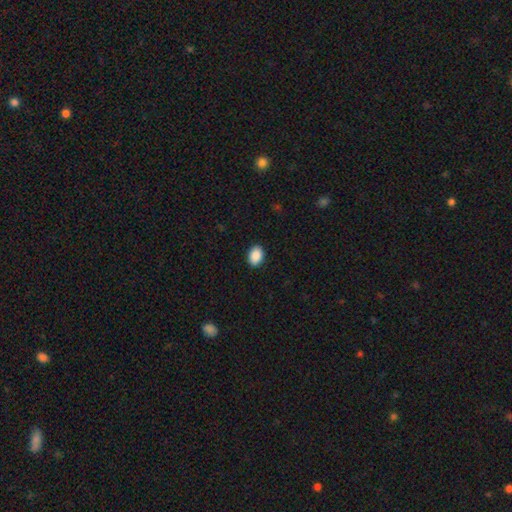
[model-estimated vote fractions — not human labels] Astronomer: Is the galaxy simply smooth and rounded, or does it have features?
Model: smooth — 90%.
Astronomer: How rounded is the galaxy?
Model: in between — 80%.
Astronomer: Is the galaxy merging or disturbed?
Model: none — 90%.